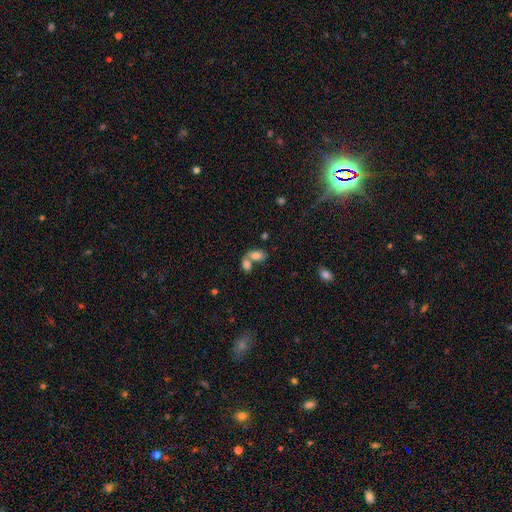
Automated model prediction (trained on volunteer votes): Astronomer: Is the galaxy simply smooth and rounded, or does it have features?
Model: smooth — 79%.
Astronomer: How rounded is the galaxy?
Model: in between — 89%.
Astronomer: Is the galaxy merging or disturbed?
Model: merger — 59%.